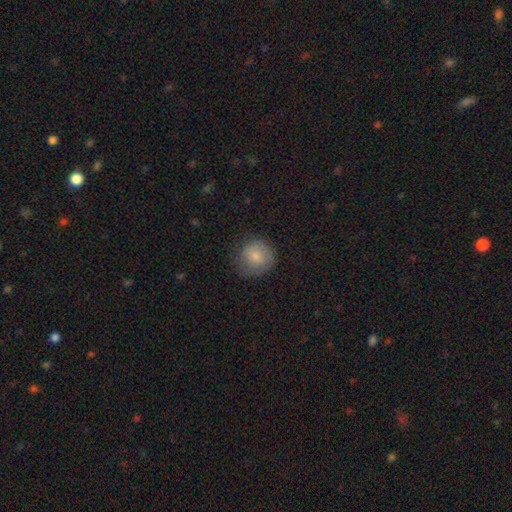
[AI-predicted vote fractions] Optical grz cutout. It shows a smooth galaxy with no disk features (82%) that is round (90%). Merging: none (71%).